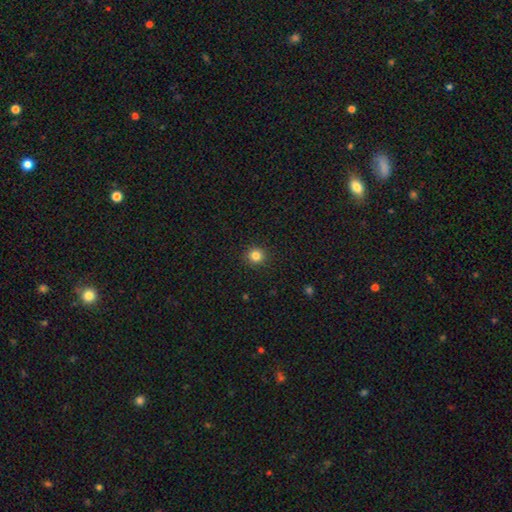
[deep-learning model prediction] A smooth galaxy with no disk features (83%) that is round (92%).

Vote fractions:
- Smooth or featured? smooth: 83% / star or artifact: 12% / featured or disk: 5%
- How rounded? round: 92% / in between: 7% / cigar-shaped: 1%
- Merging? none: 92% / minor disturbance: 5% / major disturbance: 2% / merger: 1%